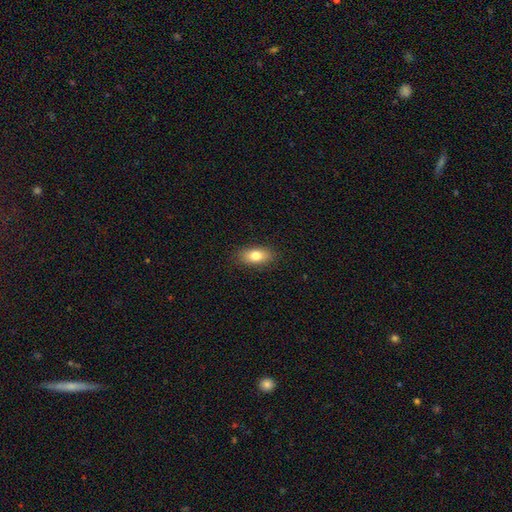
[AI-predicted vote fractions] This appears to be a smooth galaxy with no disk features (80%) that is in between round and cigar-shaped (86%). Merging: none (88%).